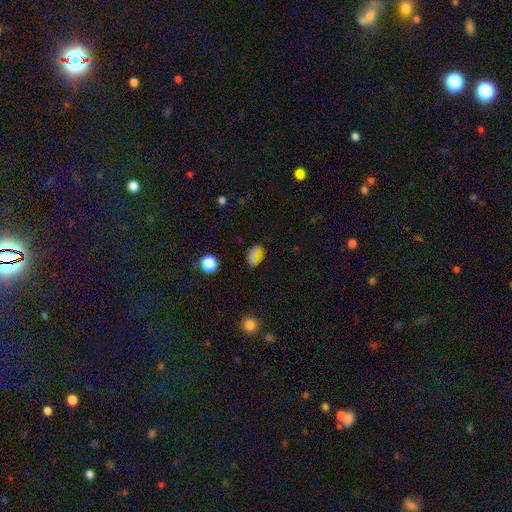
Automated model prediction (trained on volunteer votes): Smooth or featured? smooth (60%)
How rounded? in between (71%)
Merging? none (77%)